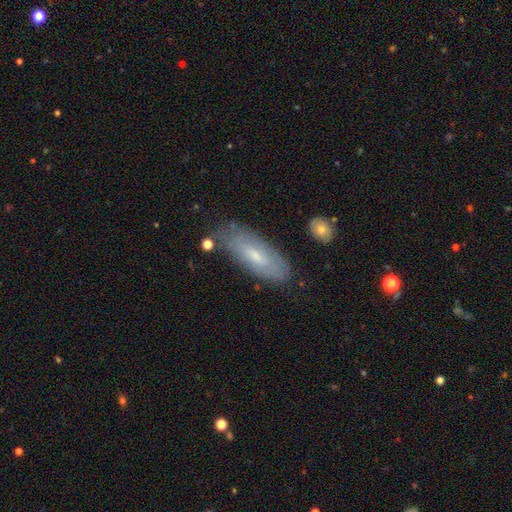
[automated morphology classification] smooth_or_featured: smooth (p=0.52) [alt: featured or disk p=0.40]
how_rounded: in between (p=0.67) [alt: cigar-shaped p=0.30]
merging: none (p=0.78) [alt: minor disturbance p=0.16]